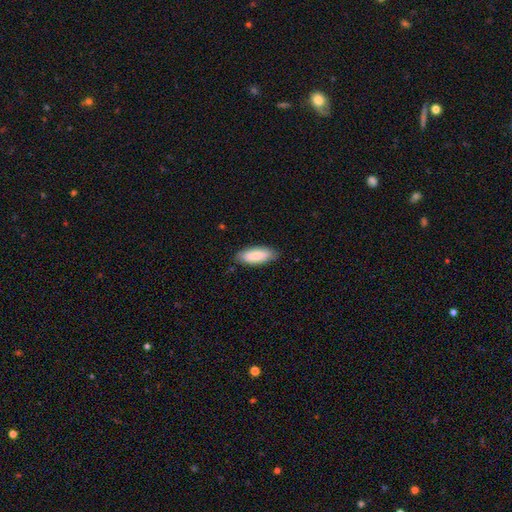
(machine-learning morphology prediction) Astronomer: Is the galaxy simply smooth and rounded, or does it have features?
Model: smooth — 82%.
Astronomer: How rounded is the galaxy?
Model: in between — 77%.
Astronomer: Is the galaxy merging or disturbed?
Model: none — 84%.